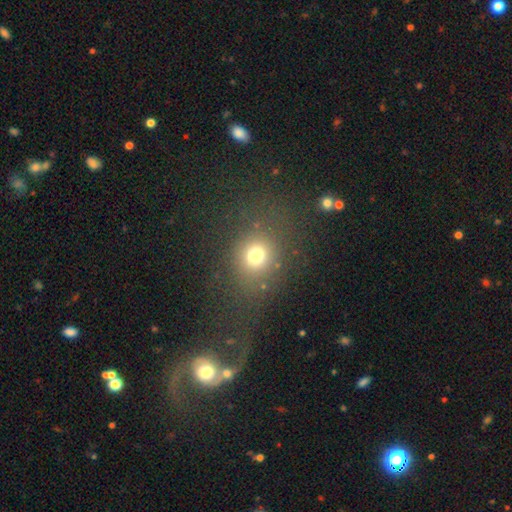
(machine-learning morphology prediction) Smooth or featured? Predicted: smooth (p=0.73). How rounded? Predicted: round (p=0.75). Merging? Predicted: none (p=0.75).